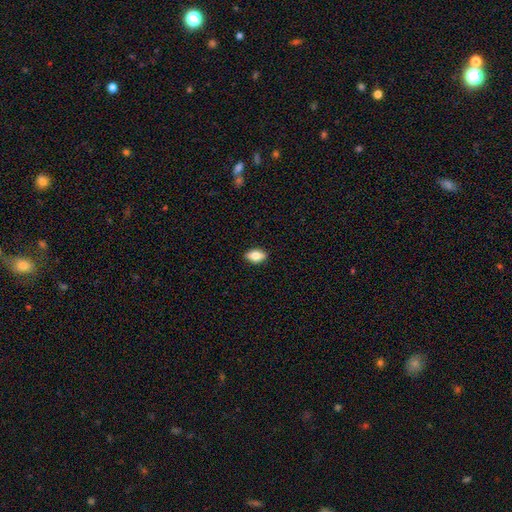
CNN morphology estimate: Q: Smooth or featured?
A: smooth (77%); runner-up: featured or disk (15%)
Q: How rounded?
A: in between (86%); runner-up: round (10%)
Q: Merging?
A: none (89%); runner-up: minor disturbance (9%)